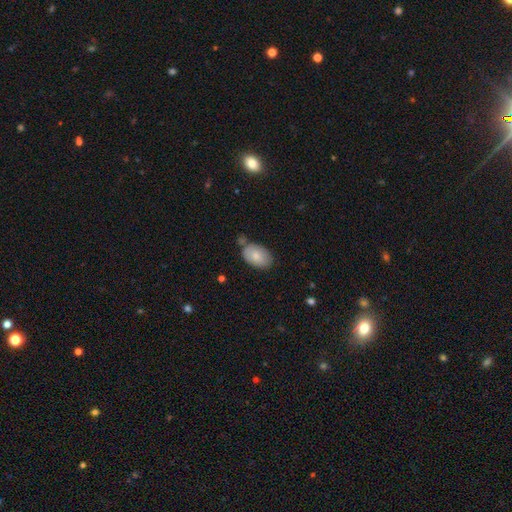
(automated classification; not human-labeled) Smooth or featured? Predicted: smooth (p=0.81). How rounded? Predicted: in between (p=0.91). Merging? Predicted: none (p=0.68).